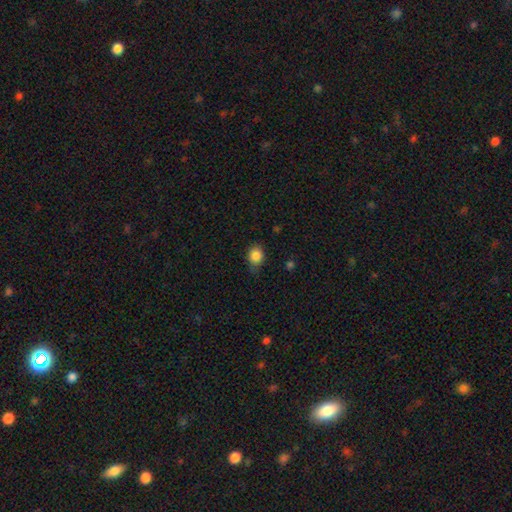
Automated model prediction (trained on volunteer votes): This appears to be a smooth galaxy with no disk features (85%) that is round (58%). Merging: none (68%).